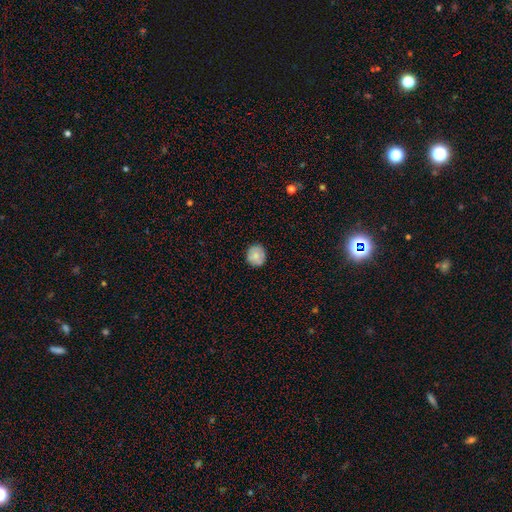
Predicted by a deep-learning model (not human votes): A smooth galaxy with no disk features (75%) that is round (88%). Merging: none (84%).